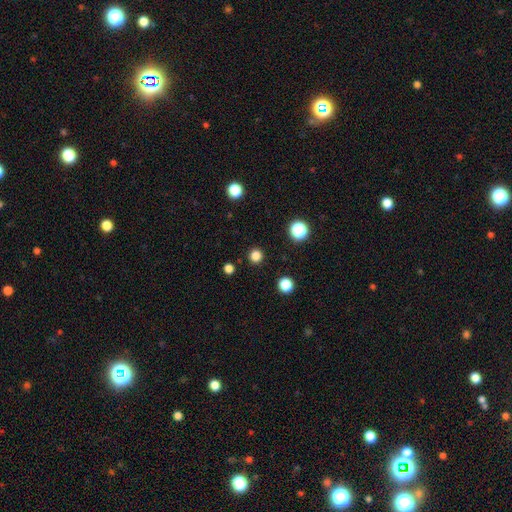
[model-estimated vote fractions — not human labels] smooth_or_featured: smooth (p=0.80) [alt: star or artifact p=0.16]
how_rounded: round (p=0.95) [alt: in between p=0.04]
merging: none (p=0.92) [alt: minor disturbance p=0.05]